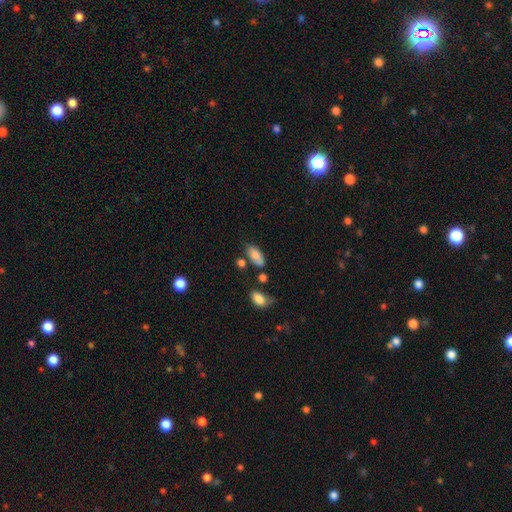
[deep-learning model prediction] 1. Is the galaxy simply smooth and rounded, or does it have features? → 82% smooth, 10% featured or disk, 8% star or artifact.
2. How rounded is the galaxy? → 91% in between, 5% cigar-shaped, 3% round.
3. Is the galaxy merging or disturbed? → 64% none, 21% minor disturbance, 9% merger, 6% major disturbance.